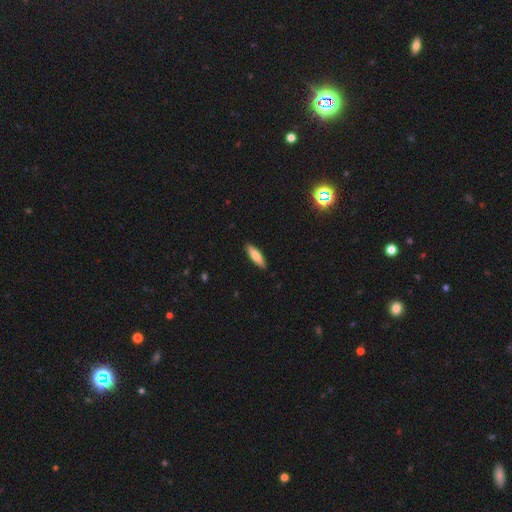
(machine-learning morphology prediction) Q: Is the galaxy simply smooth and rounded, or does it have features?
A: smooth — 78%.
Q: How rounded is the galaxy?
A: cigar-shaped — 61%.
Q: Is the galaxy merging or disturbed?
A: none — 89%.